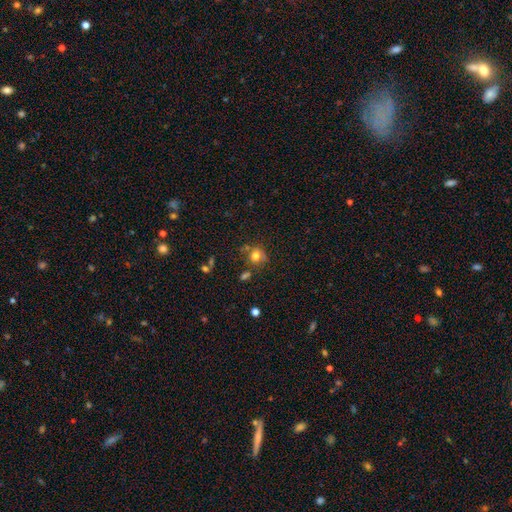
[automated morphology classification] This is likely a smooth galaxy (75%). How rounded: likely round (80%). Merging: likely none (63%).